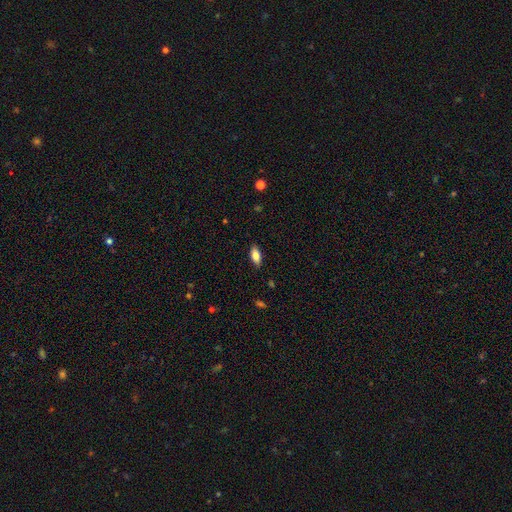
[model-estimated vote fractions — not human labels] This is clearly a smooth galaxy (82%). How rounded: clearly in between (86%). Merging: clearly none (86%).